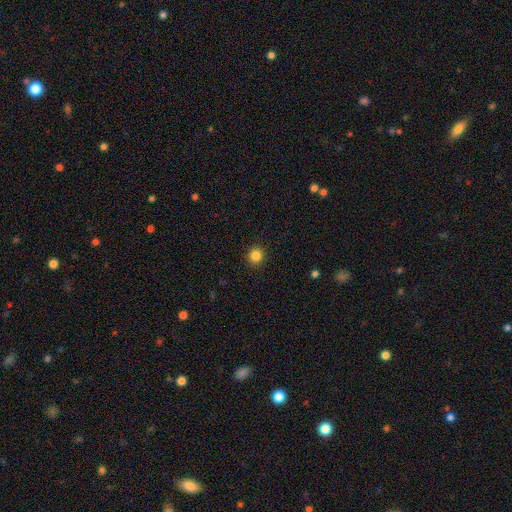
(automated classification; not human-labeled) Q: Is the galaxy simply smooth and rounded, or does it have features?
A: smooth — 84%.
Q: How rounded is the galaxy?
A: round — 91%.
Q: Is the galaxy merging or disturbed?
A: none — 92%.